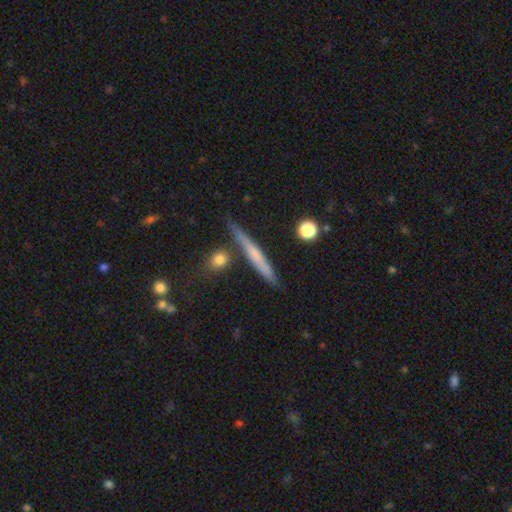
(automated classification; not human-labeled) This is possibly a smooth galaxy (51%). How rounded: clearly cigar-shaped (93%). Merging: likely none (80%).